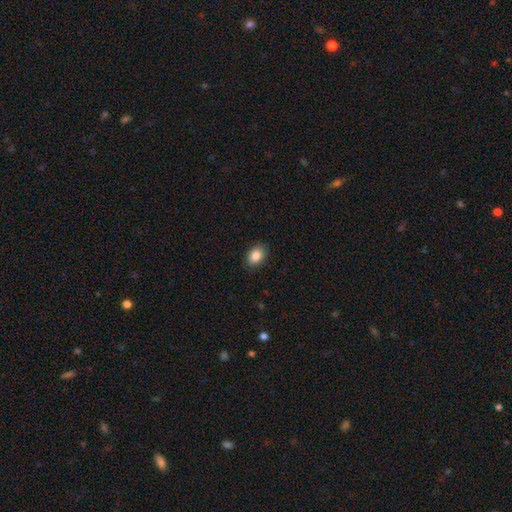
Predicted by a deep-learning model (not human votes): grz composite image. It shows a smooth galaxy with no disk features (86%) that is in between round and cigar-shaped (84%). Merging: none (87%).